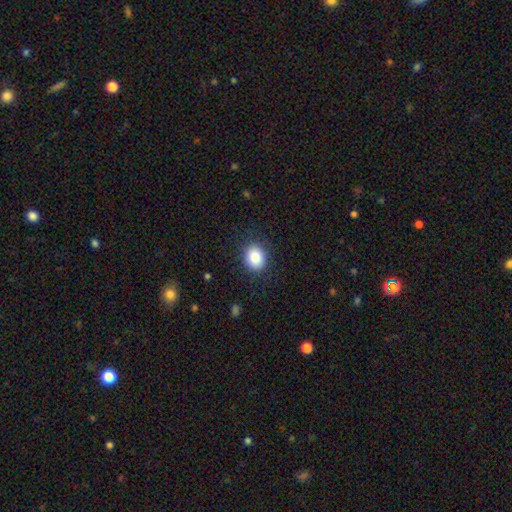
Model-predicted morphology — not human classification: Smooth or featured?
  - smooth: 85% *
  - star or artifact: 9%
  - featured or disk: 6%
How rounded?
  - round: 67% *
  - in between: 32%
  - cigar-shaped: 1%
Merging?
  - none: 86% *
  - minor disturbance: 10%
  - major disturbance: 3%
  - merger: 1%